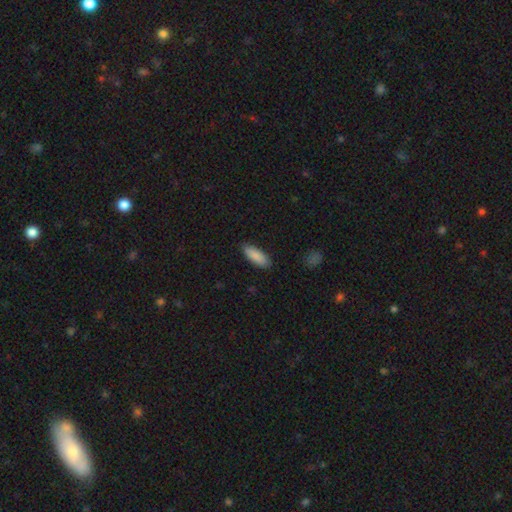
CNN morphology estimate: Q: Smooth or featured?
A: smooth (88%); runner-up: featured or disk (6%)
Q: How rounded?
A: in between (67%); runner-up: cigar-shaped (31%)
Q: Merging?
A: none (87%); runner-up: minor disturbance (10%)